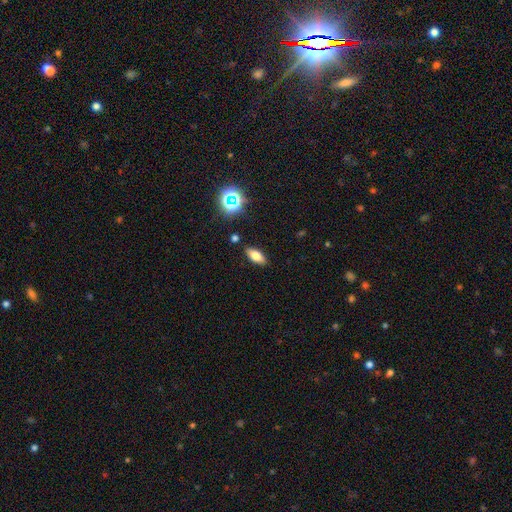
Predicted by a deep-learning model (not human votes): This appears to be a smooth galaxy with no disk features (67%) that is in between round and cigar-shaped (76%). Merging: none (86%).